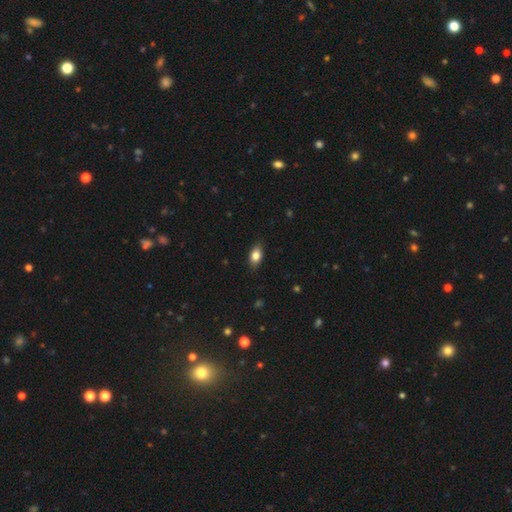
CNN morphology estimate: A smooth galaxy with no disk features (81%) that is in between round and cigar-shaped (87%). Merging: none (85%).